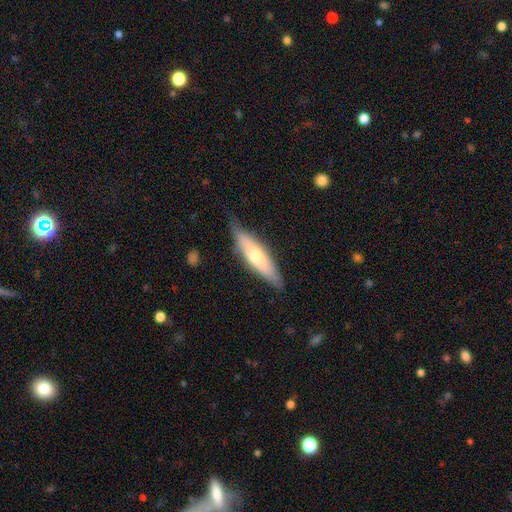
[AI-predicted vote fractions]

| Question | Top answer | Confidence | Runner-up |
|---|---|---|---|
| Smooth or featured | smooth | 48% | featured or disk (45%) |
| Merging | none | 80% | minor disturbance (16%) |